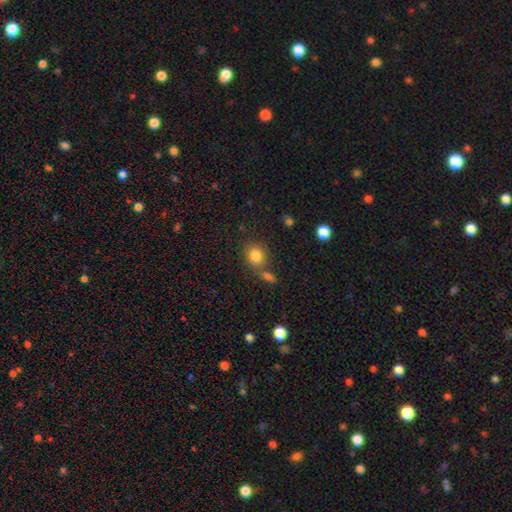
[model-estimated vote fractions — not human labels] smooth-or-featured: smooth: 82% | star or artifact: 10% | featured or disk: 7%
  how-rounded: round: 61% | in between: 37% | cigar-shaped: 1%
  merging: none: 59% | merger: 22% | minor disturbance: 14% | major disturbance: 5%